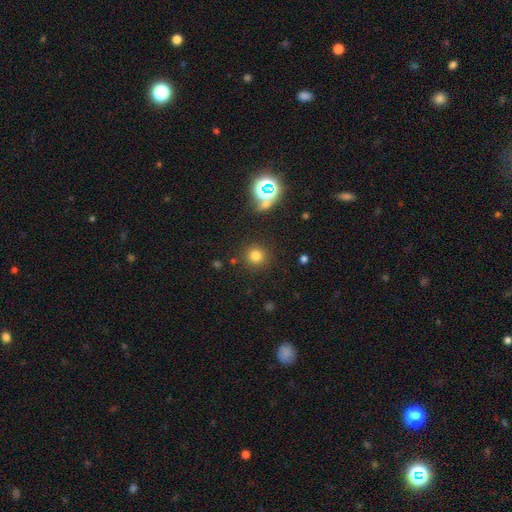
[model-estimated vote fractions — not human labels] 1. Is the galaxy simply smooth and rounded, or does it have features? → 75% smooth, 19% star or artifact, 7% featured or disk.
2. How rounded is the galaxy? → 93% round, 6% in between, 1% cigar-shaped.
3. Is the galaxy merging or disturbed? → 87% none, 7% minor disturbance, 3% major disturbance, 3% merger.